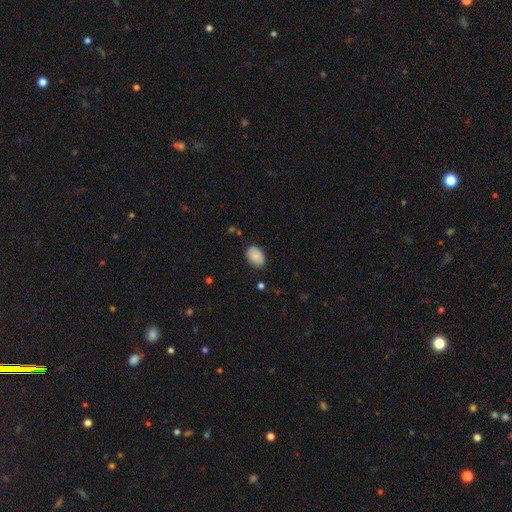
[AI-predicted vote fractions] Overall: smooth (88%). How rounded: in between (83%). Merging: none (82%).